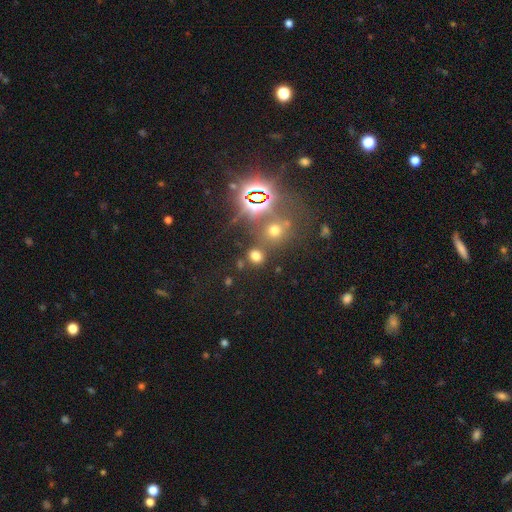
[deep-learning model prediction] Smooth or featured? smooth (62%)
How rounded? round (75%)
Merging? none (76%)